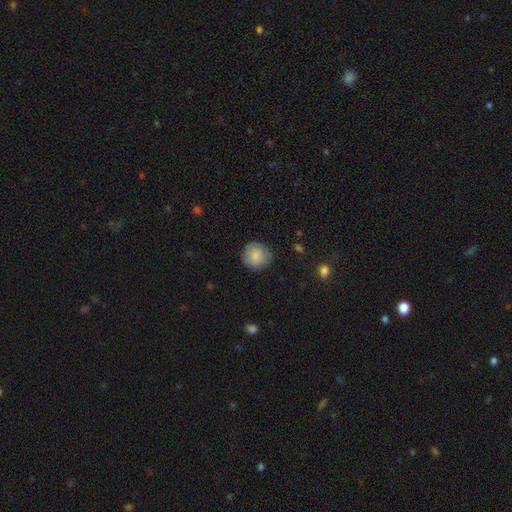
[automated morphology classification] Smooth or featured: smooth — 86% (star or artifact — 7%)
How rounded: round — 92% (in between — 7%)
Merging: none — 84% (minor disturbance — 12%)